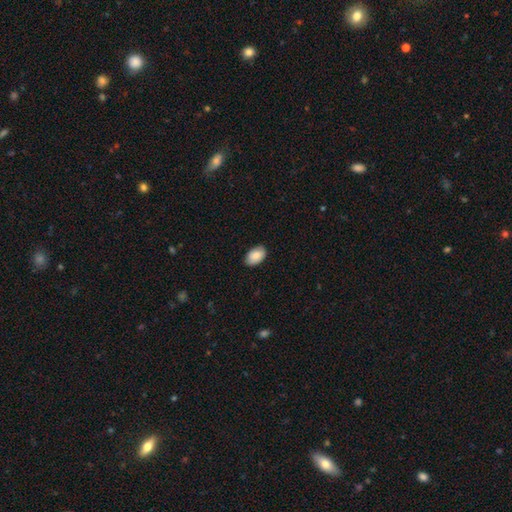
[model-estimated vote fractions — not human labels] Smooth or featured?
  - smooth: 83% *
  - featured or disk: 11%
  - star or artifact: 6%
How rounded?
  - in between: 92% *
  - round: 7%
  - cigar-shaped: 1%
Merging?
  - none: 85% *
  - minor disturbance: 12%
  - major disturbance: 2%
  - merger: 1%